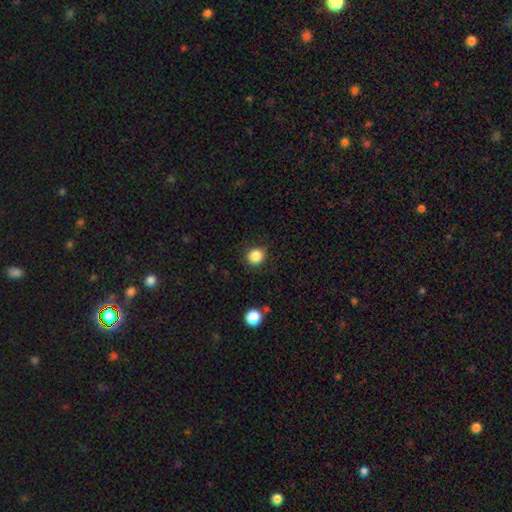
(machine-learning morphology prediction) Smooth or featured?
  - smooth: 86% *
  - star or artifact: 10%
  - featured or disk: 3%
How rounded?
  - round: 90% *
  - in between: 9%
  - cigar-shaped: 1%
Merging?
  - none: 87% *
  - minor disturbance: 9%
  - major disturbance: 3%
  - merger: 1%